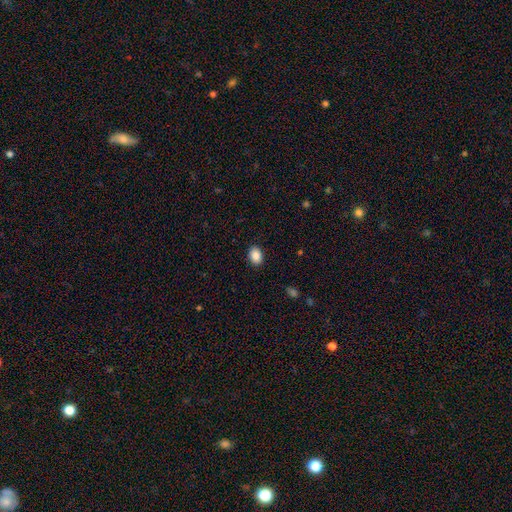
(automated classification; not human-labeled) Morphology: type=smooth (88%); roundness=in between (73%); merging=none (89%).